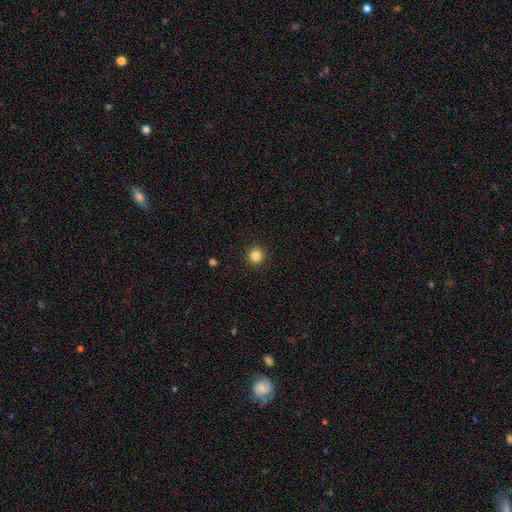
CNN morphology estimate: This appears to be a smooth galaxy with no disk features (85%) that is round (94%). Merging: none (92%).